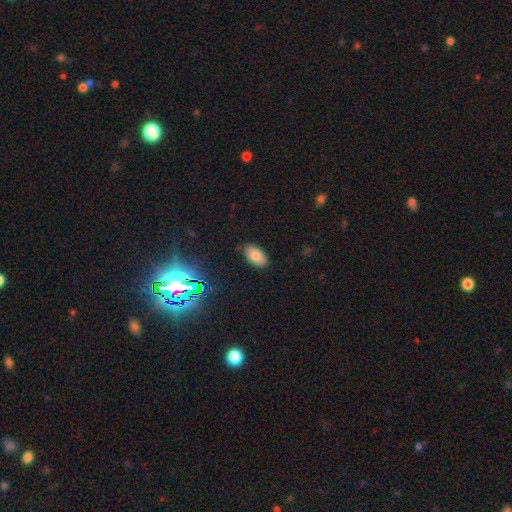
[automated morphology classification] Smooth or featured?
  - smooth: 79% *
  - star or artifact: 13%
  - featured or disk: 8%
How rounded?
  - in between: 94% *
  - round: 5%
  - cigar-shaped: 2%
Merging?
  - none: 84% *
  - minor disturbance: 12%
  - major disturbance: 2%
  - merger: 1%